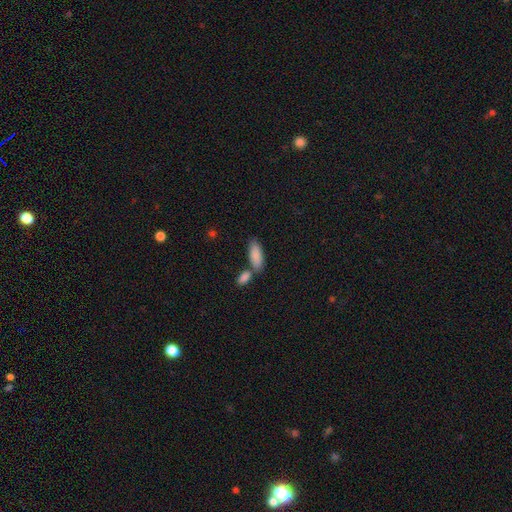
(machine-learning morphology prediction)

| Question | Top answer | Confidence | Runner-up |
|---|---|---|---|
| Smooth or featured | smooth | 88% | featured or disk (7%) |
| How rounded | in between | 77% | cigar-shaped (21%) |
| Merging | none | 55% | merger (31%) |